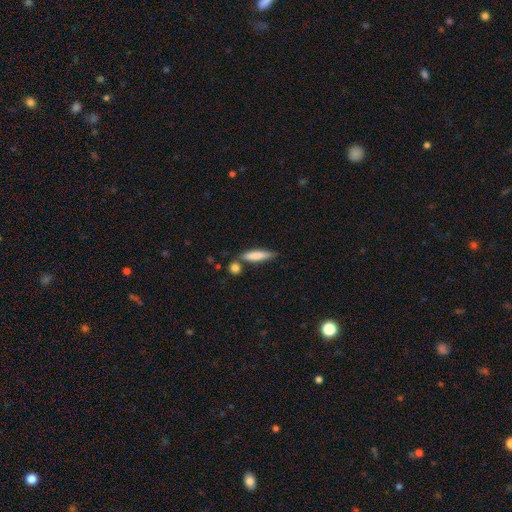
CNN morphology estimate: A smooth galaxy with no disk features (80%) that is cigar-shaped (76%).

Vote fractions:
- Smooth or featured? smooth: 80% / featured or disk: 14% / star or artifact: 6%
- How rounded? cigar-shaped: 76% / in between: 22% / round: 2%
- Merging? none: 67% / minor disturbance: 17% / merger: 13% / major disturbance: 4%